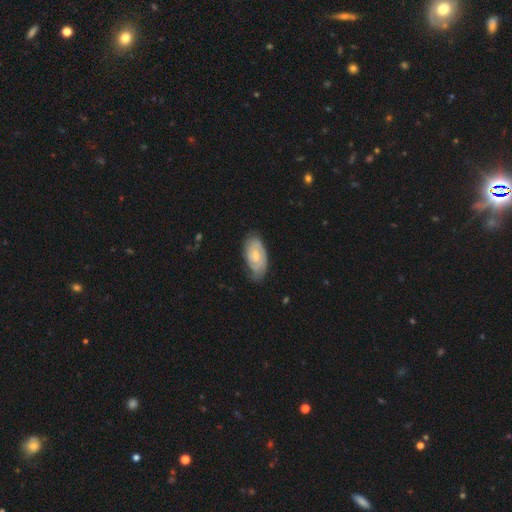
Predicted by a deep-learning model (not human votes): Q: Smooth or featured?
A: featured or disk (65%); runner-up: smooth (29%)
Q: Edge-on disk?
A: no (94%); runner-up: yes (6%)
Q: Bar?
A: no (60%); runner-up: weak (35%)
Q: Spiral arms?
A: yes (90%); runner-up: no (10%)
Q: Spiral winding?
A: tight (62%); runner-up: medium (29%)
Q: Spiral arm count?
A: 2 (50%); runner-up: can't tell (30%)
Q: Bulge size?
A: small (53%); runner-up: moderate (37%)
Q: Merging?
A: none (64%); runner-up: minor disturbance (26%)